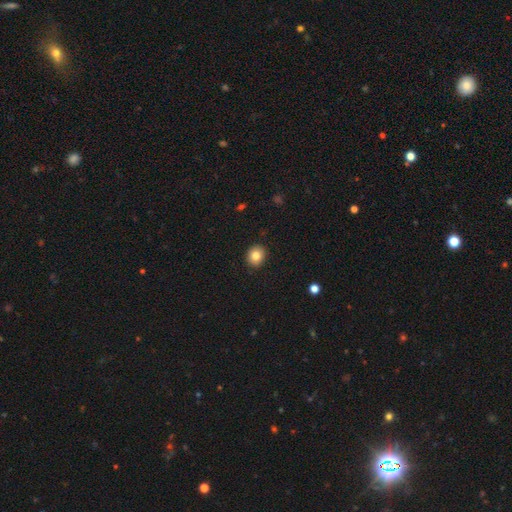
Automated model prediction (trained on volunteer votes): Smooth or featured: smooth — 83% (star or artifact — 9%)
How rounded: round — 73% (in between — 27%)
Merging: none — 91% (minor disturbance — 6%)